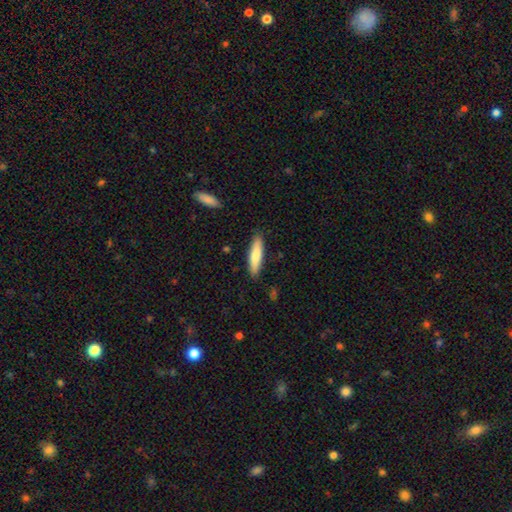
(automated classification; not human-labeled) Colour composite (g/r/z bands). It shows a smooth galaxy with no disk features (78%) that is cigar-shaped (73%). Merging: none (87%).